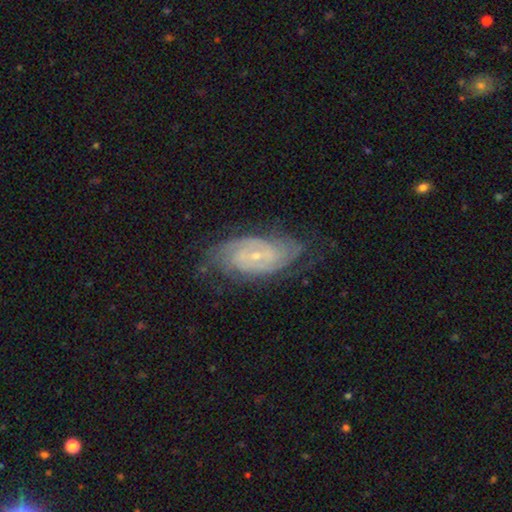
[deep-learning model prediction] Smooth or featured: featured or disk — 84% (smooth — 9%)
Edge-on disk: no — 95% (yes — 5%)
Bar: no — 53% (weak — 38%)
Spiral arms: yes — 96% (no — 4%)
Spiral winding: tight — 65% (medium — 29%)
Spiral arm count: 2 — 47% (can't tell — 25%)
Bulge size: small — 77% (moderate — 18%)
Merging: none — 70% (minor disturbance — 21%)